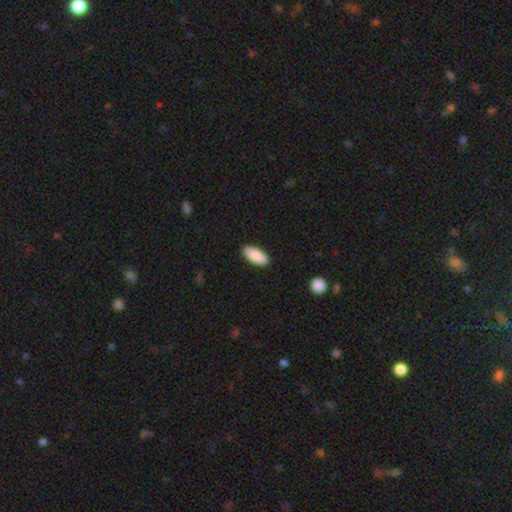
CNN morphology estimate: type=smooth (88%); roundness=in between (87%); merging=none (90%).